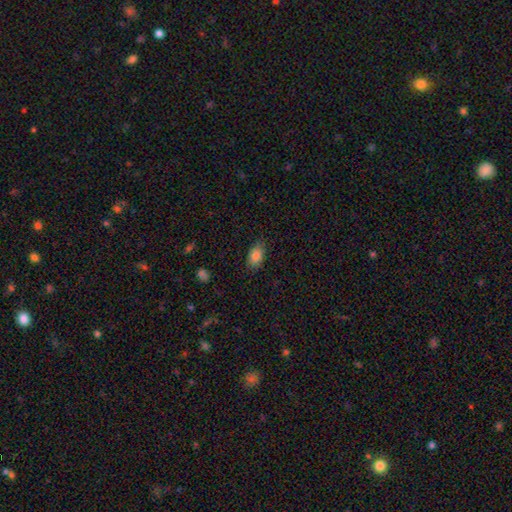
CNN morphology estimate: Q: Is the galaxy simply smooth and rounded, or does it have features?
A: smooth — 84%.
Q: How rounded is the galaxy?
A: in between — 88%.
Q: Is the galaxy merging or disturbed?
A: none — 81%.